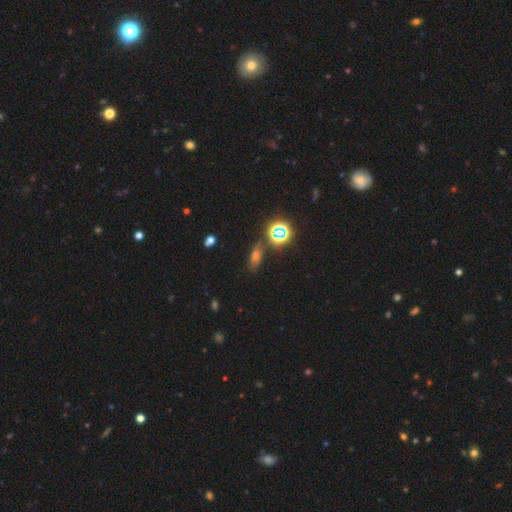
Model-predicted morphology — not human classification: A smooth galaxy with no disk features (44%).

Vote fractions:
- Smooth or featured? smooth: 44% / star or artifact: 42% / featured or disk: 15%
- Merging? none: 78% / minor disturbance: 12% / merger: 6% / major disturbance: 4%